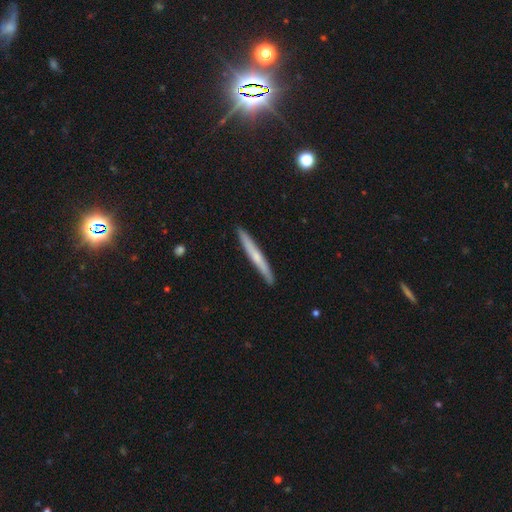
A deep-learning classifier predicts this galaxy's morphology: A smooth galaxy with no disk features (48%). Merging: none (91%).